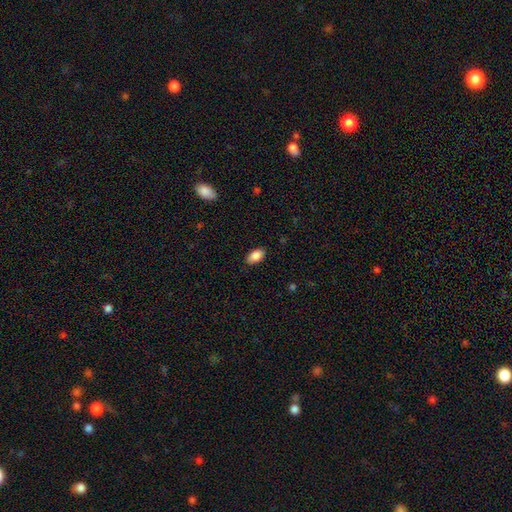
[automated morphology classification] Smooth or featured?
  - smooth: 88% *
  - star or artifact: 7%
  - featured or disk: 5%
How rounded?
  - in between: 93% *
  - round: 5%
  - cigar-shaped: 2%
Merging?
  - none: 87% *
  - minor disturbance: 10%
  - major disturbance: 2%
  - merger: 1%